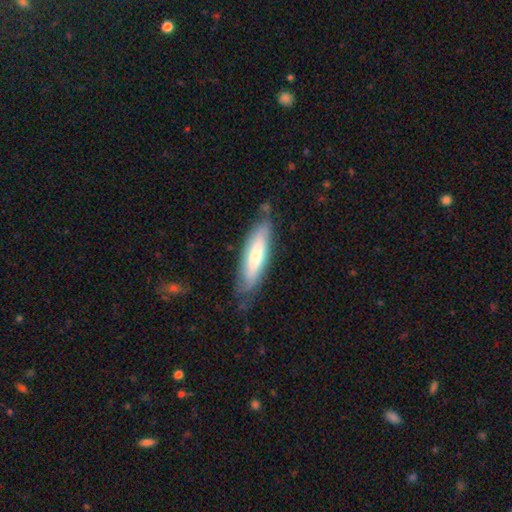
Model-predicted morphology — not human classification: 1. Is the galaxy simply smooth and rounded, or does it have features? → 56% smooth, 38% featured or disk, 6% star or artifact.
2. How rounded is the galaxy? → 63% cigar-shaped, 36% in between, 1% round.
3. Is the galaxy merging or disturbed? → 69% none, 23% minor disturbance, 6% major disturbance, 2% merger.